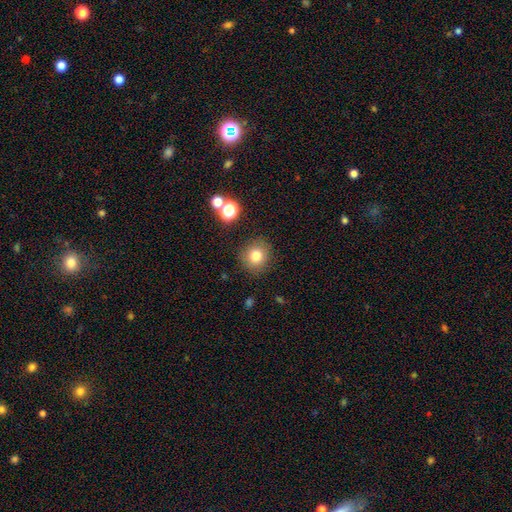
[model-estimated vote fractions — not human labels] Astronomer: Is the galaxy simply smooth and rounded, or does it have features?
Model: smooth — 79%.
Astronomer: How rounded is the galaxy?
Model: round — 86%.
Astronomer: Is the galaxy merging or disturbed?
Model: none — 86%.